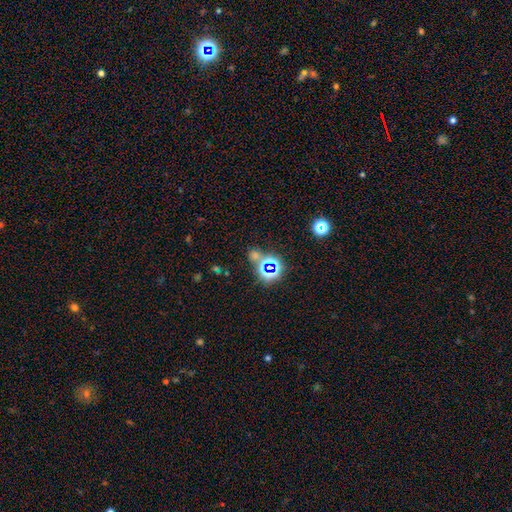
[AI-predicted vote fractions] star or artifact 68%, smooth 23%, featured or disk 9%.